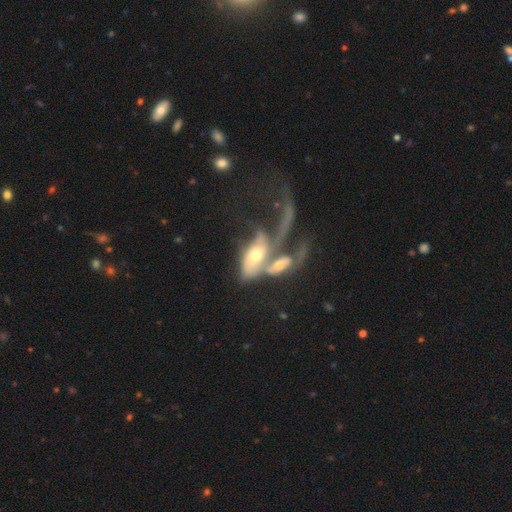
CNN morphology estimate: type=featured or disk (60%); edge-on=no (89%); bar=no (72%); spiral arms=yes (51%); bulge=moderate (57%); merging=merger (65%).